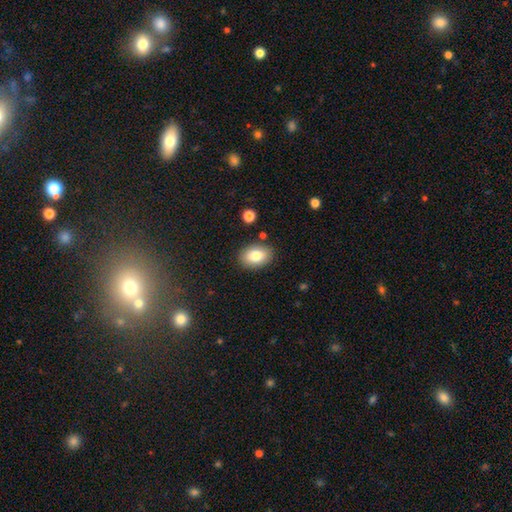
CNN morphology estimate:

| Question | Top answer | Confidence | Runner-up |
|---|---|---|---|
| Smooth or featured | smooth | 82% | featured or disk (10%) |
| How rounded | in between | 83% | round (16%) |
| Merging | none | 86% | minor disturbance (9%) |